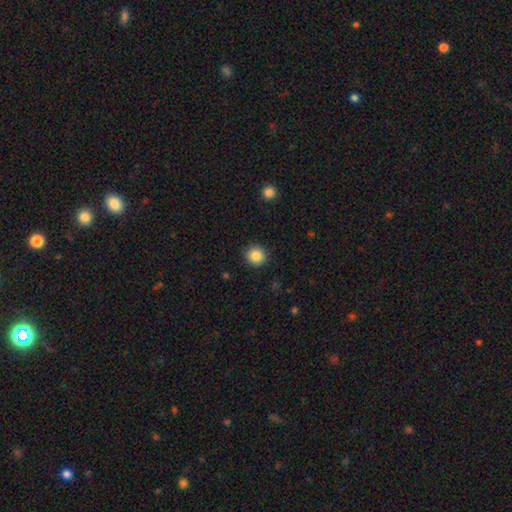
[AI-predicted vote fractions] Smooth or featured: smooth — 86% (star or artifact — 10%)
How rounded: round — 94% (in between — 5%)
Merging: none — 91% (minor disturbance — 6%)